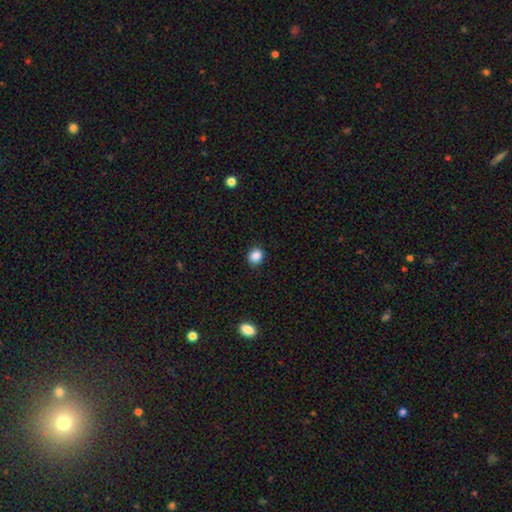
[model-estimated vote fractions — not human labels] A smooth galaxy with no disk features (86%) that is round (74%).

Vote fractions:
- Smooth or featured? smooth: 86% / star or artifact: 10% / featured or disk: 4%
- How rounded? round: 74% / in between: 25% / cigar-shaped: 1%
- Merging? none: 90% / minor disturbance: 7% / major disturbance: 2% / merger: 1%